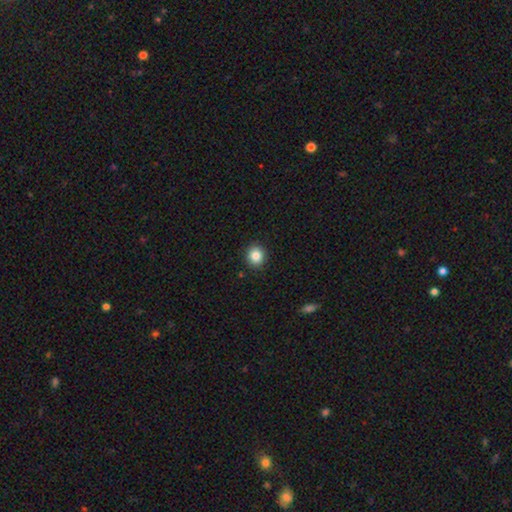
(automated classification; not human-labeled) Smooth or featured: smooth — 85% (star or artifact — 10%)
How rounded: round — 84% (in between — 15%)
Merging: none — 92% (minor disturbance — 6%)